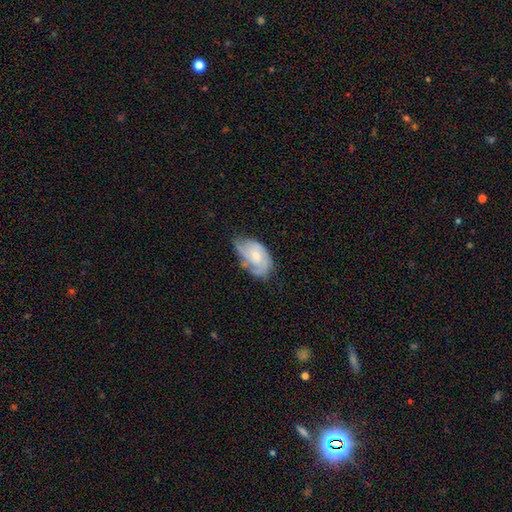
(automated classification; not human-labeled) The model was most divided on "bulge size": small: 48%, moderate: 46%, none: 3%, large: 3%, dominant: 1%. Remaining: edge-on disk — no (96%); spiral arms — yes (88%); bar — no (73%); smooth or featured — featured or disk (66%); merging — none (46%); spiral winding — tight (45%); spiral arm count — 2 (32%).